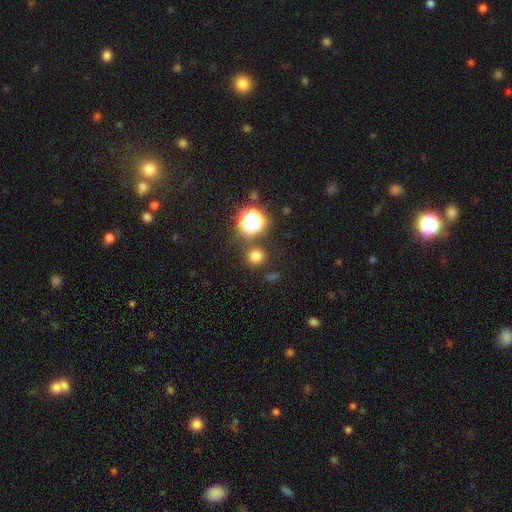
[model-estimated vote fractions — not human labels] smooth_or_featured: smooth (p=0.73) [alt: star or artifact p=0.21]
how_rounded: round (p=0.92) [alt: in between p=0.07]
merging: none (p=0.84) [alt: minor disturbance p=0.07]